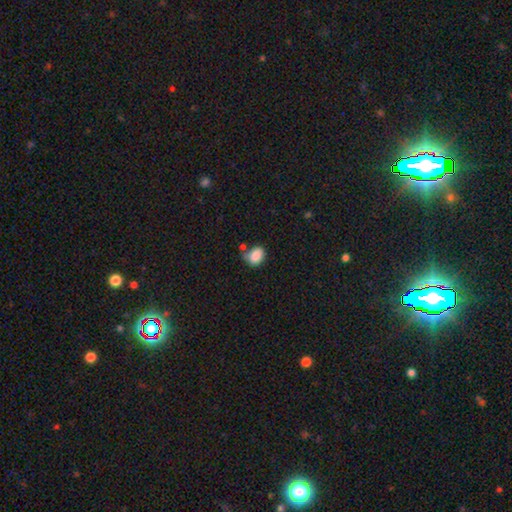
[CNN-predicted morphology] Smooth or featured: smooth — 85% (star or artifact — 9%)
How rounded: in between — 72% (round — 27%)
Merging: none — 53% (minor disturbance — 24%)